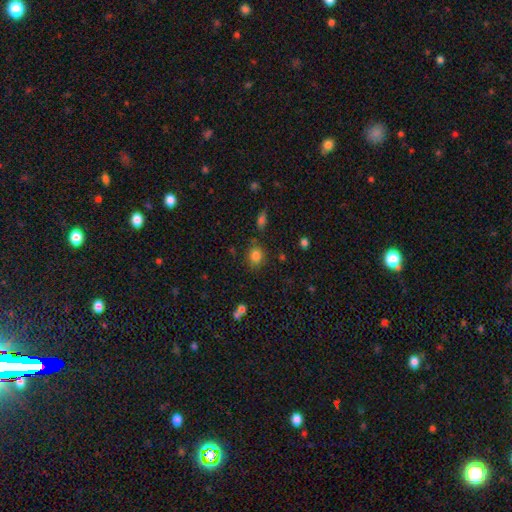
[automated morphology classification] This appears to be a smooth galaxy with no disk features (82%) that is round (67%). Merging: none (76%).